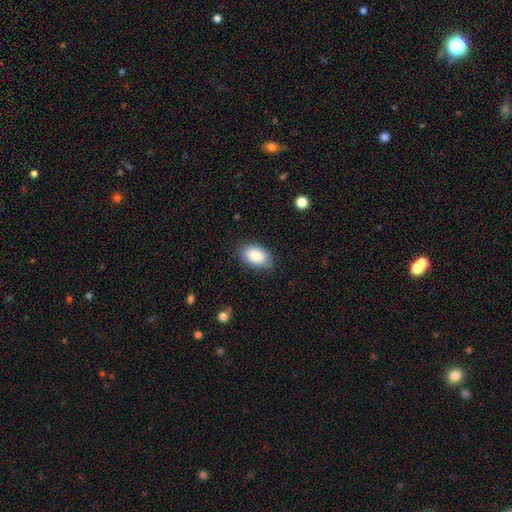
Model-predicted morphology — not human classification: smooth-or-featured: smooth: 88% | star or artifact: 7% | featured or disk: 5%
  how-rounded: in between: 92% | round: 6% | cigar-shaped: 1%
  merging: none: 84% | minor disturbance: 12% | major disturbance: 3% | merger: 1%